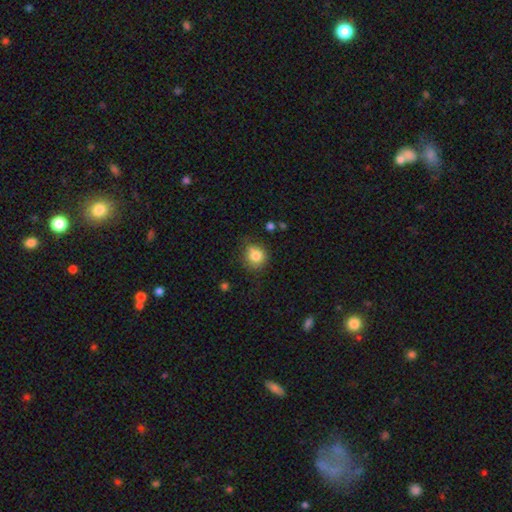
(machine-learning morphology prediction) A smooth galaxy with no disk features (82%) that is round (87%). Merging: none (73%).